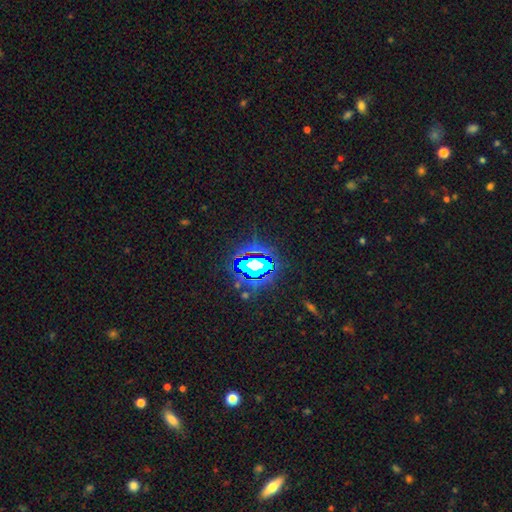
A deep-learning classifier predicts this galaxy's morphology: smooth_or_featured: star or artifact (p=0.73) [alt: smooth p=0.16]